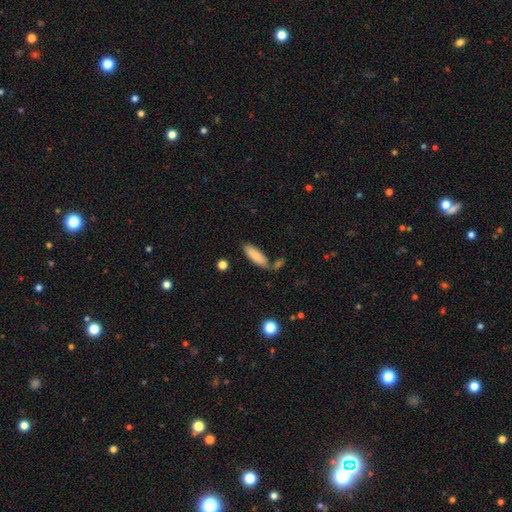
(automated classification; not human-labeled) smooth 84%, featured or disk 9%, star or artifact 7%. Down the decision tree: how rounded — in between (58%); merging — none (65%).